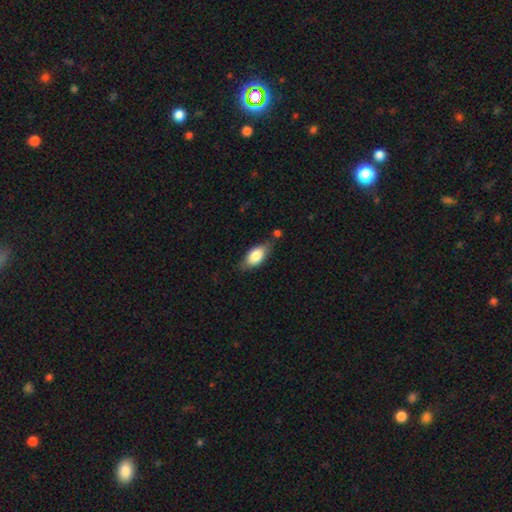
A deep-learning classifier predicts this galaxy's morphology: A smooth galaxy with no disk features (78%) that is in between round and cigar-shaped (88%).

Vote fractions:
- Smooth or featured? smooth: 78% / featured or disk: 16% / star or artifact: 6%
- How rounded? in between: 88% / cigar-shaped: 8% / round: 4%
- Merging? none: 65% / minor disturbance: 22% / merger: 7% / major disturbance: 6%